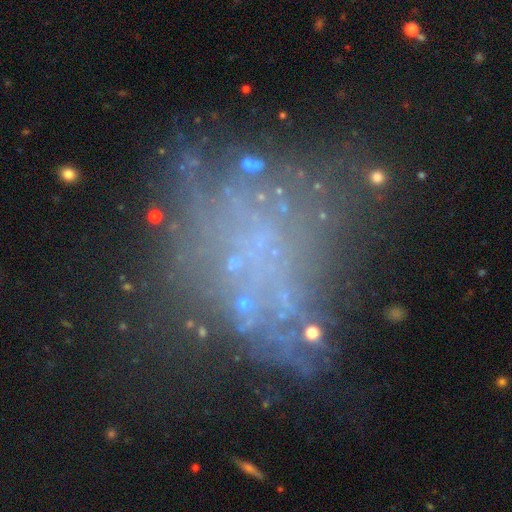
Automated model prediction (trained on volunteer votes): This appears to be a featured or disk galaxy (50%). Merging: none (49%).